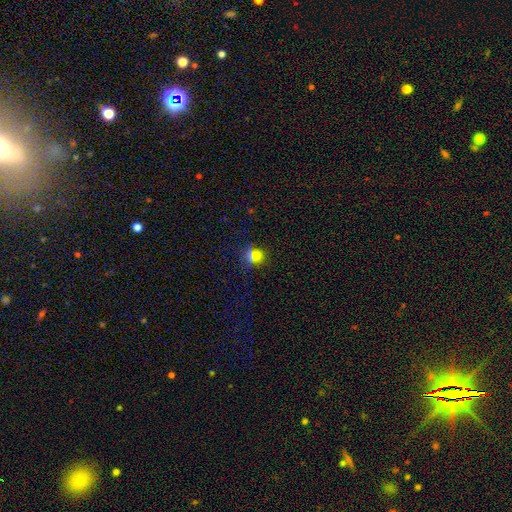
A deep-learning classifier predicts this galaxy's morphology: Smooth or featured? smooth (65%)
How rounded? round (88%)
Merging? none (78%)